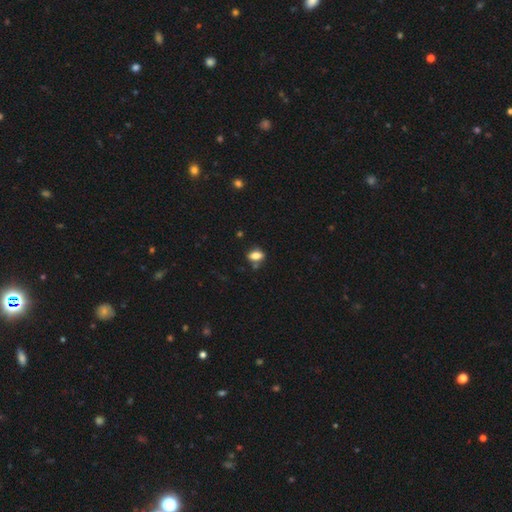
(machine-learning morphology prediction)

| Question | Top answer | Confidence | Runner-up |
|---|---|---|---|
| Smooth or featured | smooth | 79% | featured or disk (11%) |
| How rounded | in between | 81% | round (14%) |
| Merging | none | 69% | minor disturbance (17%) |